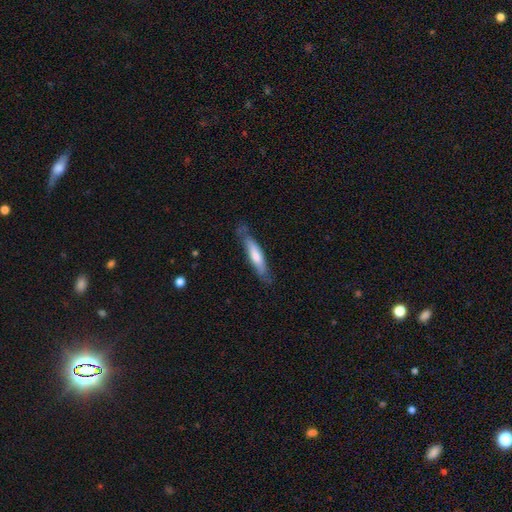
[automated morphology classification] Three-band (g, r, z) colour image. It shows a smooth galaxy with no disk features (55%) that is cigar-shaped (83%). Merging: none (71%).